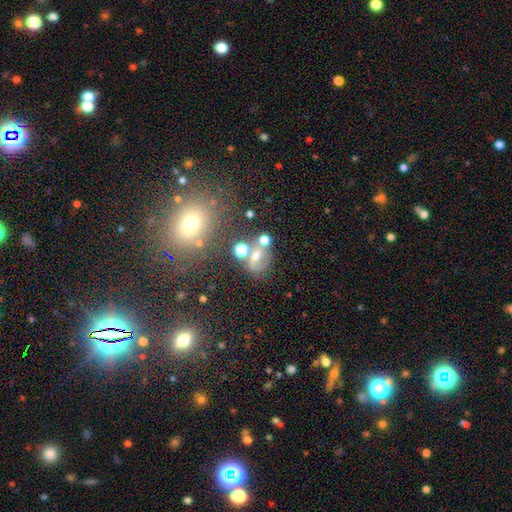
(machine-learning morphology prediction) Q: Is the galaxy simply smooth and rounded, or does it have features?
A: smooth — 42%.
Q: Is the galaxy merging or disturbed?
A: none — 43%.